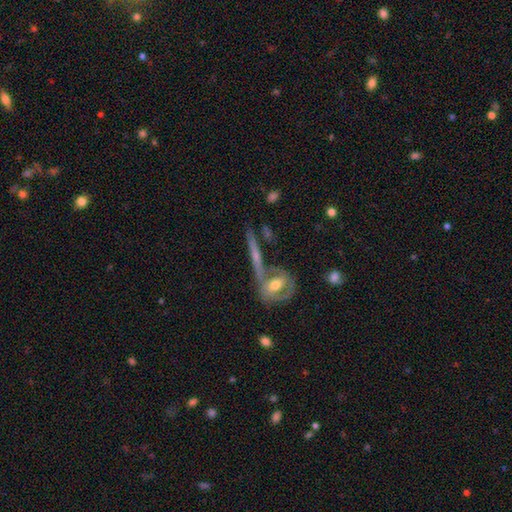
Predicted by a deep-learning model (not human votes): A featured or disk galaxy (65%) viewed edge-on (81%) with a rounded central bulge (61%). Merging: none (56%).